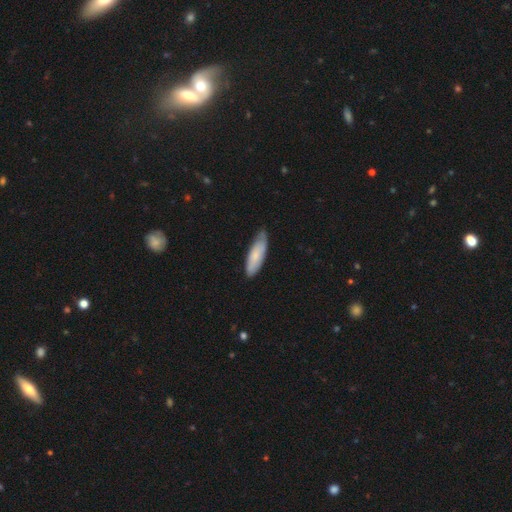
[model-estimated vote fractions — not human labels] Smooth or featured: smooth — 76% (featured or disk — 19%)
How rounded: in between — 52% (cigar-shaped — 47%)
Merging: none — 69% (minor disturbance — 27%)